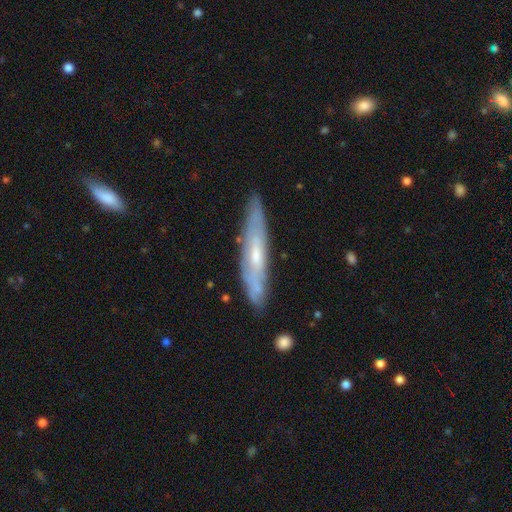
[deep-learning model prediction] featured or disk 62%, smooth 31%, star or artifact 6%. Down the decision tree: edge-on disk — yes (67%); merging — none (81%).